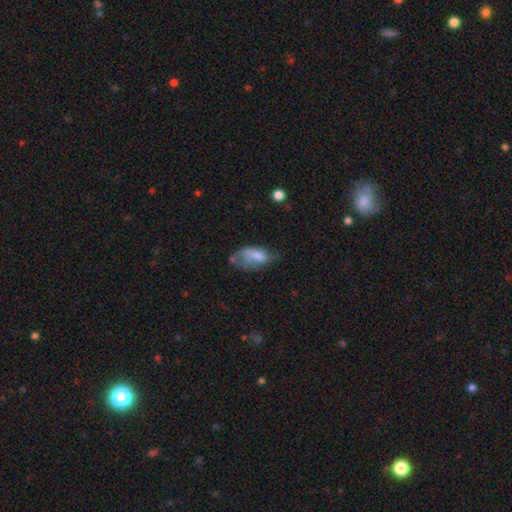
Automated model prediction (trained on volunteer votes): This is likely a smooth galaxy (63%). How rounded: clearly in between (90%). Merging: marginally major disturbance (34%).